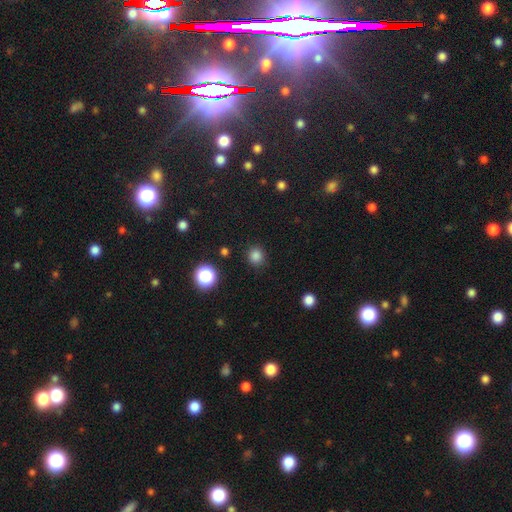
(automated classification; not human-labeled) The model was most divided on "smooth or featured": smooth: 82%, star or artifact: 15%, featured or disk: 3%. More confident: how rounded — round (90%); merging — none (89%).